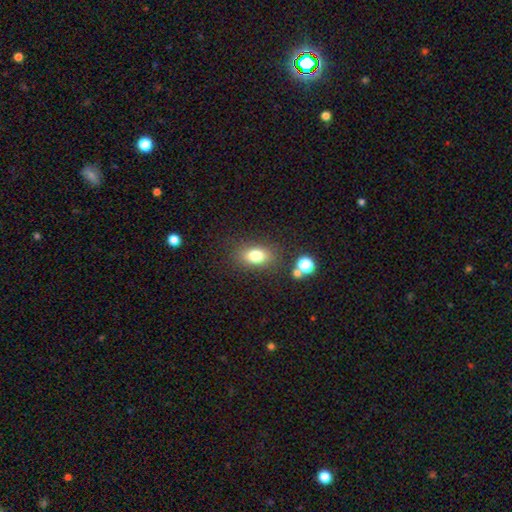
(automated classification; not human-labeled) Overall: smooth (77%). How rounded: in between (76%). Merging: none (80%).